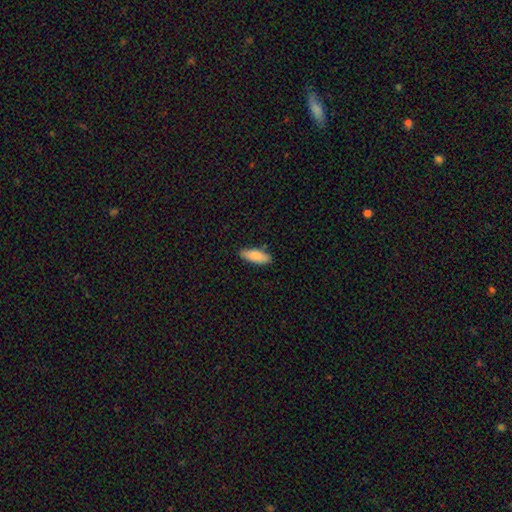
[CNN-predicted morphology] Smooth or featured? Predicted: smooth (p=0.86). How rounded? Predicted: in between (p=0.71). Merging? Predicted: none (p=0.86).